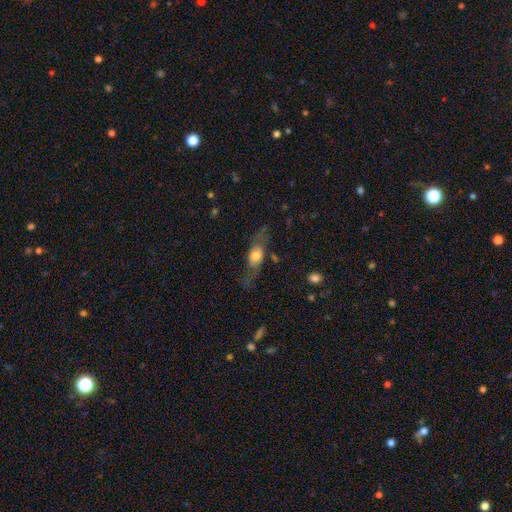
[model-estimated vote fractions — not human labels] Smooth or featured? Predicted: featured or disk (p=0.48). Merging? Predicted: none (p=0.63).